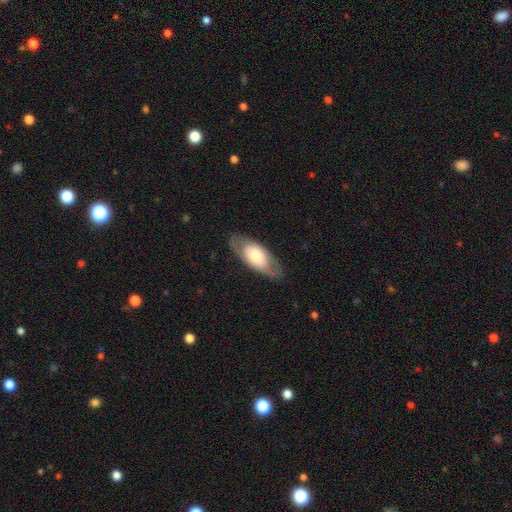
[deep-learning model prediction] Smooth or featured?
  - smooth: 56% *
  - featured or disk: 38%
  - star or artifact: 6%
How rounded?
  - in between: 86% *
  - cigar-shaped: 10%
  - round: 4%
Merging?
  - none: 79% *
  - minor disturbance: 14%
  - major disturbance: 6%
  - merger: 1%